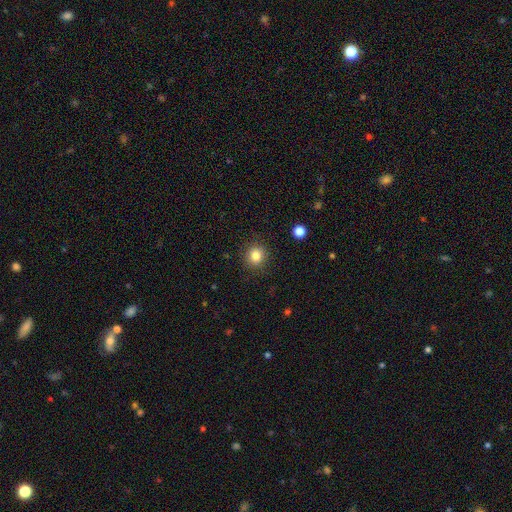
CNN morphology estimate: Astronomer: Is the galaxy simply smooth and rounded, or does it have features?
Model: smooth — 83%.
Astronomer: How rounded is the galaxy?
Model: round — 90%.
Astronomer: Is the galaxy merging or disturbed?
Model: none — 90%.